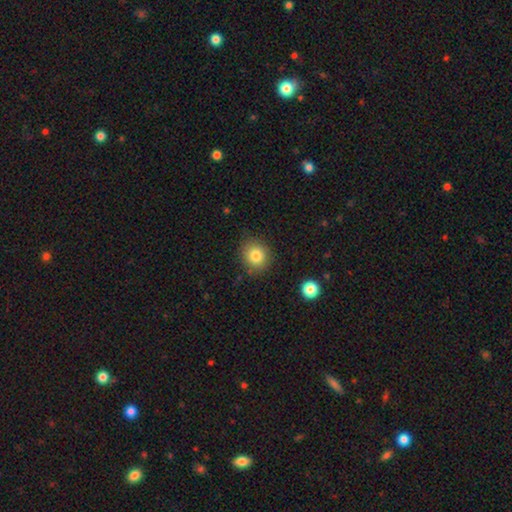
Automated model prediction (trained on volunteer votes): Smooth or featured? smooth (83%)
How rounded? round (80%)
Merging? none (85%)